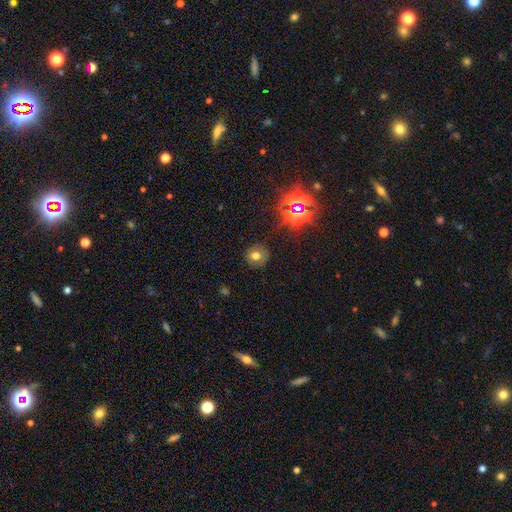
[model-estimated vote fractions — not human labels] Morphology: type=smooth (67%); roundness=round (84%); merging=none (86%).